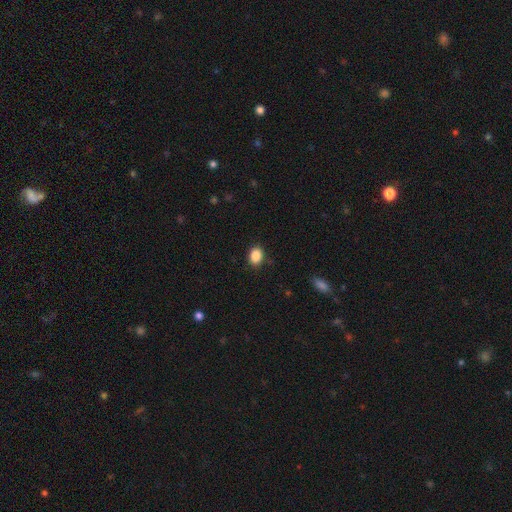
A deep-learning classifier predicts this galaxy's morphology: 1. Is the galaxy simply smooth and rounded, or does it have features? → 88% smooth, 8% star or artifact, 3% featured or disk.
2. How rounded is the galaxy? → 64% in between, 35% round, 1% cigar-shaped.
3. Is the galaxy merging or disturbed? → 88% none, 9% minor disturbance, 2% major disturbance, 1% merger.